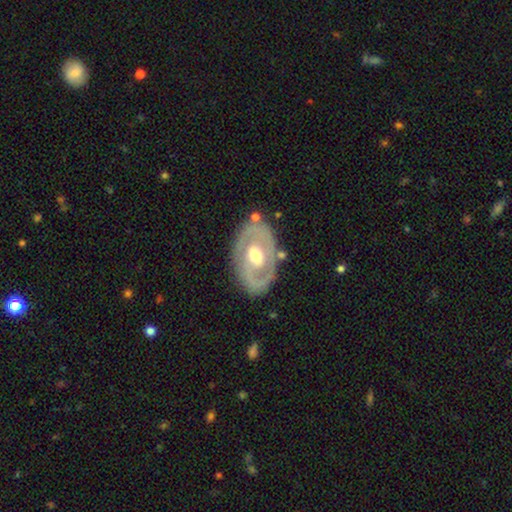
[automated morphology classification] A featured or disk galaxy (74%) with no bar (57%), no spiral arms (53%) and a moderate central bulge (75%). Merging: none (78%).